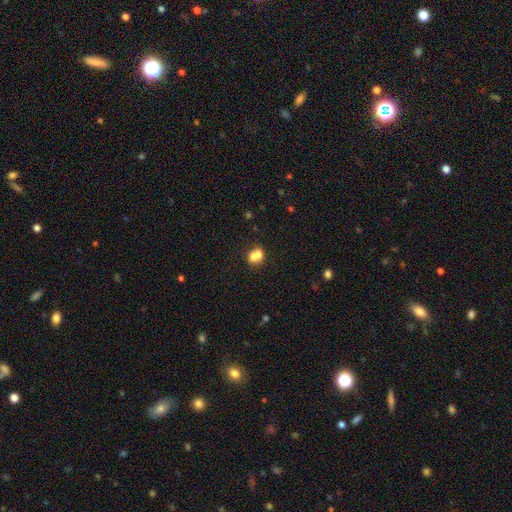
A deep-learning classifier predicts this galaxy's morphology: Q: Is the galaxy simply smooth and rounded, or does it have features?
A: smooth — 71%.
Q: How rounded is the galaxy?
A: round — 59%.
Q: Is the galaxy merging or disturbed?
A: merger — 60%.